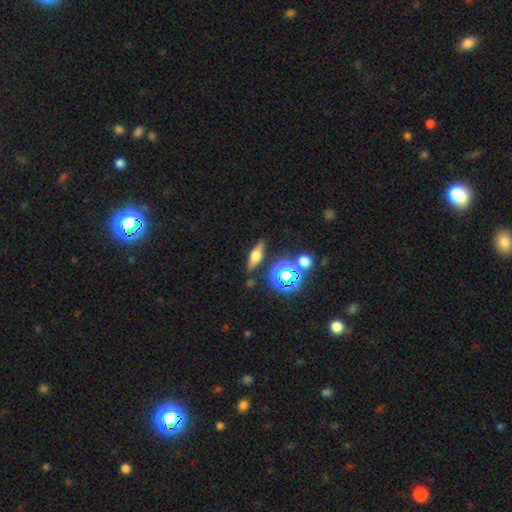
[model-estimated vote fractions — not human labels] smooth 41% (tied), featured or disk 41% (tied), star or artifact 18%. Down the decision tree: merging — none (80%).